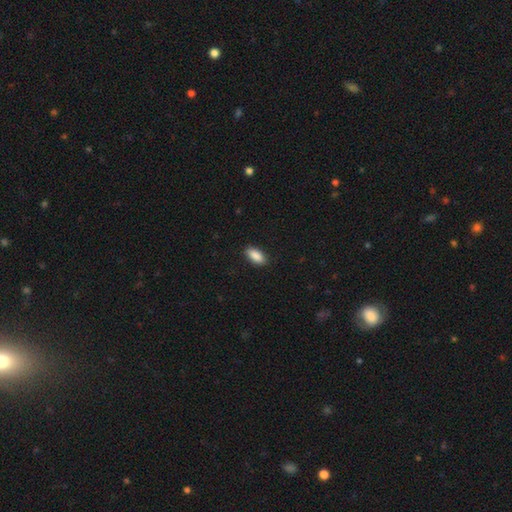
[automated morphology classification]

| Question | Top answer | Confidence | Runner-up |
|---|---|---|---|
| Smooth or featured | smooth | 89% | star or artifact (7%) |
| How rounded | in between | 90% | cigar-shaped (8%) |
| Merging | none | 89% | minor disturbance (8%) |